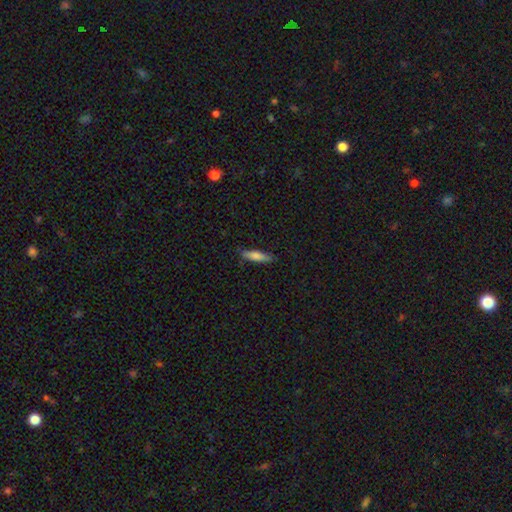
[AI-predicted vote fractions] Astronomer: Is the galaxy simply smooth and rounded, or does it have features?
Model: smooth — 75%.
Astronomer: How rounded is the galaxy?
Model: cigar-shaped — 74%.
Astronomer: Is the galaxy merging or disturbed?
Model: none — 84%.